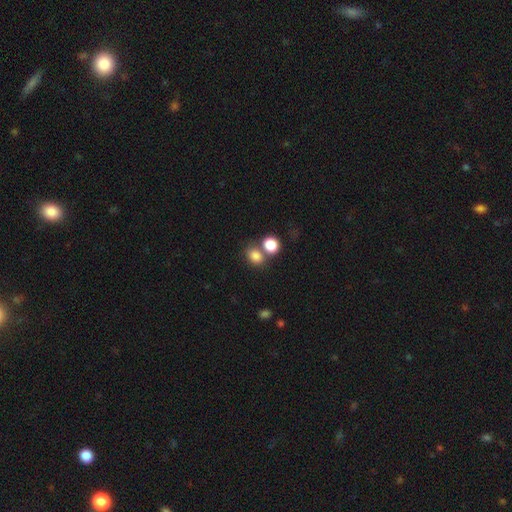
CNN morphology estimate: Smooth or featured? smooth (81%)
How rounded? round (54%)
Merging? none (52%)